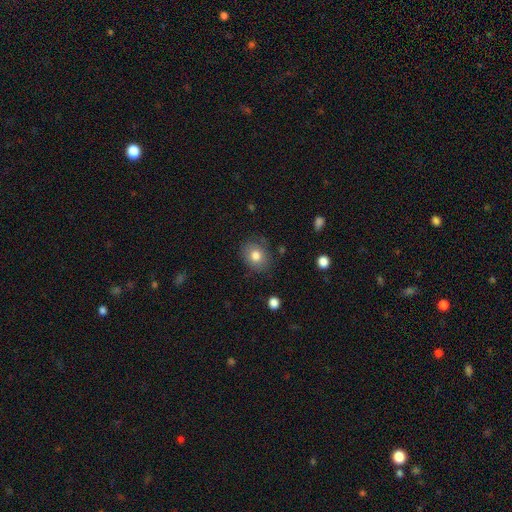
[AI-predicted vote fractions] The model was most divided on "how rounded": round: 59%, in between: 40%, cigar-shaped: 1%. More confident: merging — none (80%); smooth or featured — smooth (79%).